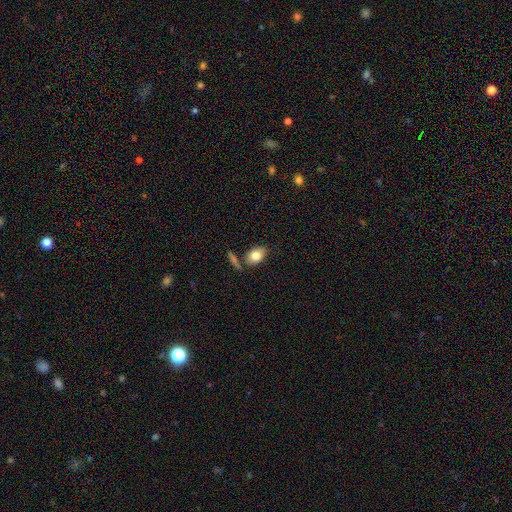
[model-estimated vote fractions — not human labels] Smooth or featured? Predicted: smooth (p=0.80). How rounded? Predicted: in between (p=0.84). Merging? Predicted: none (p=0.68).